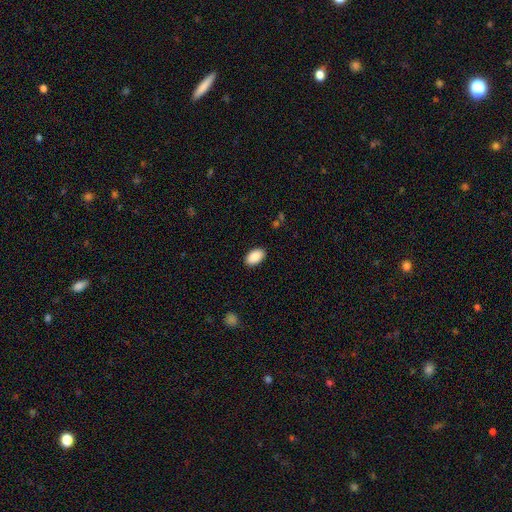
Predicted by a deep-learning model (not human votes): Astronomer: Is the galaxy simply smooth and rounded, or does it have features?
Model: smooth — 90%.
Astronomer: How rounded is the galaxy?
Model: in between — 93%.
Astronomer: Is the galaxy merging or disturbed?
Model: none — 89%.